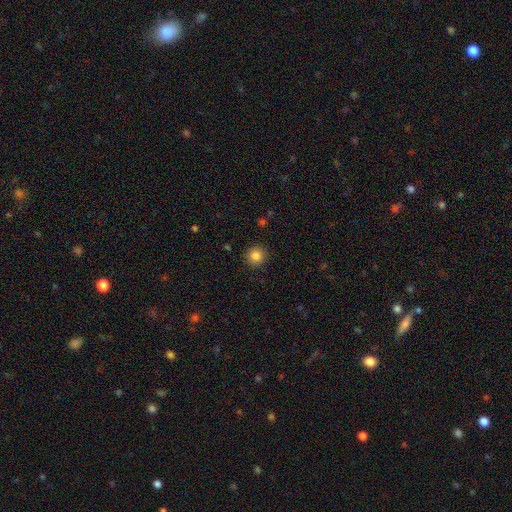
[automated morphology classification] A smooth galaxy with no disk features (85%) that is round (94%).

Vote fractions:
- Smooth or featured? smooth: 85% / star or artifact: 11% / featured or disk: 5%
- How rounded? round: 94% / in between: 5% / cigar-shaped: 1%
- Merging? none: 91% / minor disturbance: 6% / major disturbance: 2% / merger: 1%